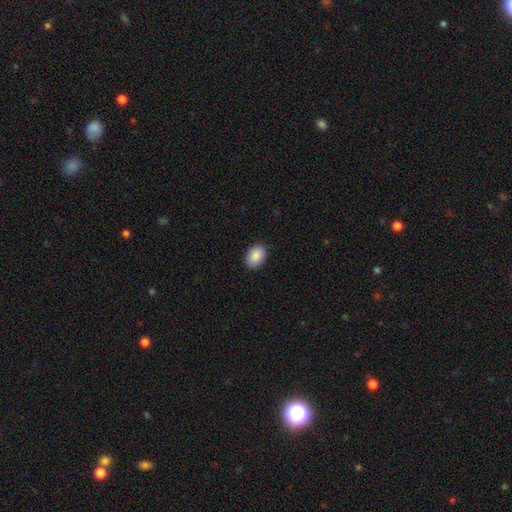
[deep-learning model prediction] A smooth galaxy with no disk features (89%) that is in between round and cigar-shaped (82%). Merging: none (88%).